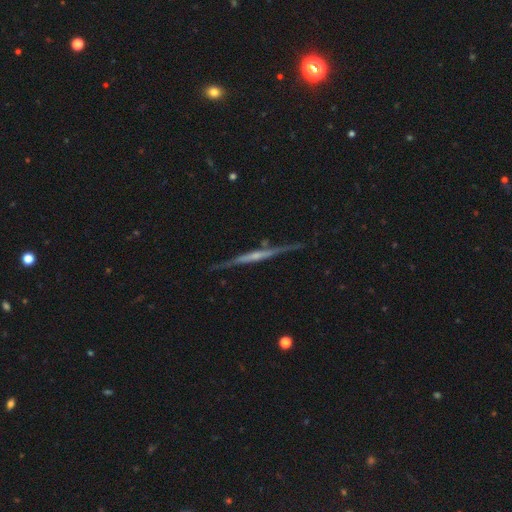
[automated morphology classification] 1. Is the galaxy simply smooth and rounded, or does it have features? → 77% featured or disk, 17% smooth, 6% star or artifact.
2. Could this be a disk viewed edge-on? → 97% yes, 3% no.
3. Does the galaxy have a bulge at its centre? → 44% none, 42% rounded, 14% boxy.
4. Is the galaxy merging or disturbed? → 82% none, 12% minor disturbance, 3% major disturbance, 3% merger.